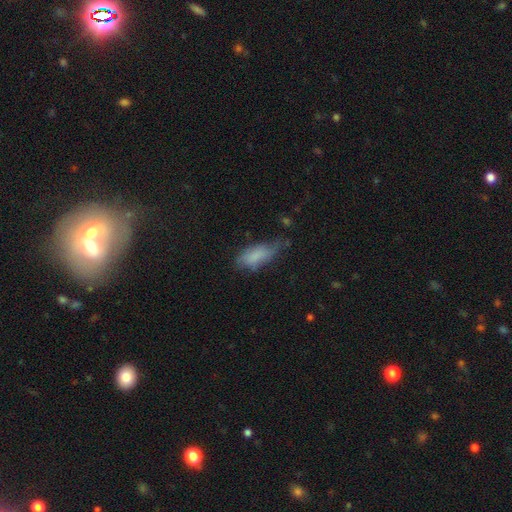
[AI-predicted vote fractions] Overall: smooth (76%). How rounded: in between (78%). Merging: none (41%; minor disturbance 39%).